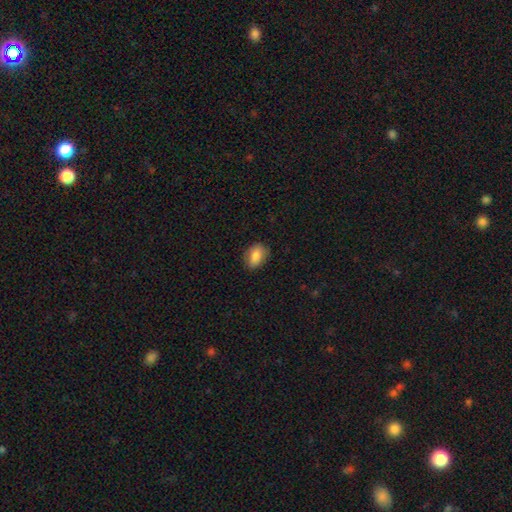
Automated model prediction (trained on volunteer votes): smooth 84%, featured or disk 9%, star or artifact 8%. Down the decision tree: how rounded — in between (78%); merging — none (81%).